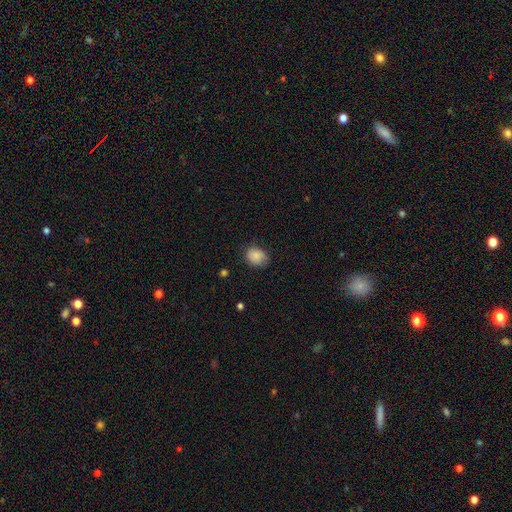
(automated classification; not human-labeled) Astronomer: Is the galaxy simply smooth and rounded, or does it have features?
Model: smooth — 83%.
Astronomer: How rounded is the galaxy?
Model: round — 53% (runner-up: in between, 46%).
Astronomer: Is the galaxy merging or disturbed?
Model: none — 71%.